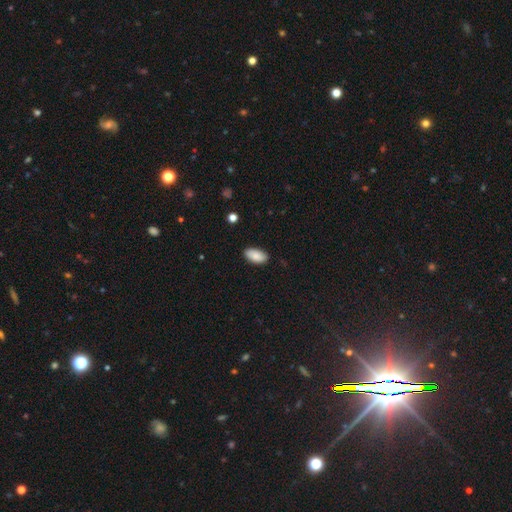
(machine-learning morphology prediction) smooth_or_featured: smooth (p=0.88) [alt: star or artifact p=0.07]
how_rounded: in between (p=0.94) [alt: cigar-shaped p=0.03]
merging: none (p=0.86) [alt: minor disturbance p=0.11]